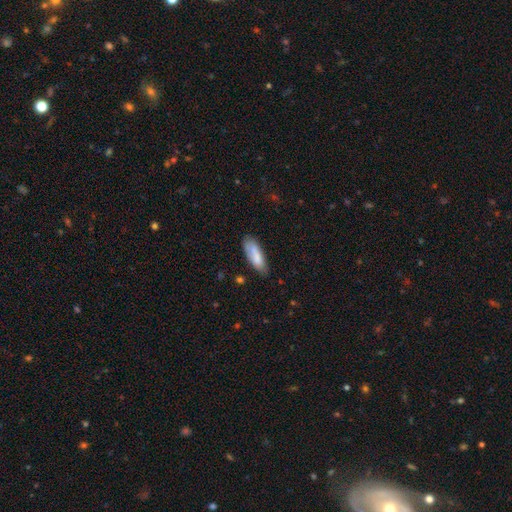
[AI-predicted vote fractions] smooth_or_featured: smooth (p=0.77) [alt: featured or disk p=0.16]
how_rounded: in between (p=0.62) [alt: cigar-shaped p=0.36]
merging: none (p=0.66) [alt: minor disturbance p=0.25]